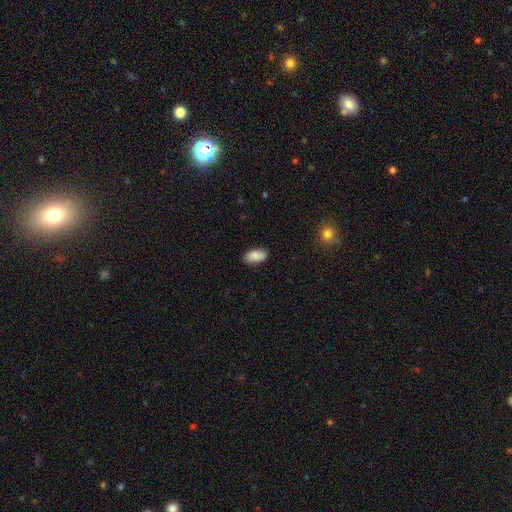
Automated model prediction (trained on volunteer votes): Smooth or featured? smooth (85%)
How rounded? in between (93%)
Merging? none (83%)